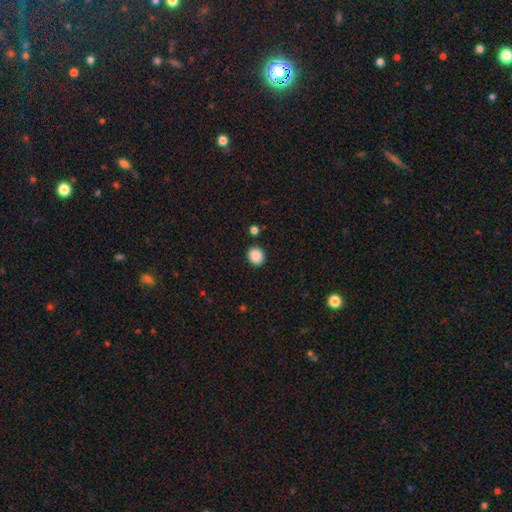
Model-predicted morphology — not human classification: Smooth or featured? Predicted: smooth (p=0.88). How rounded? Predicted: round (p=0.70). Merging? Predicted: none (p=0.87).